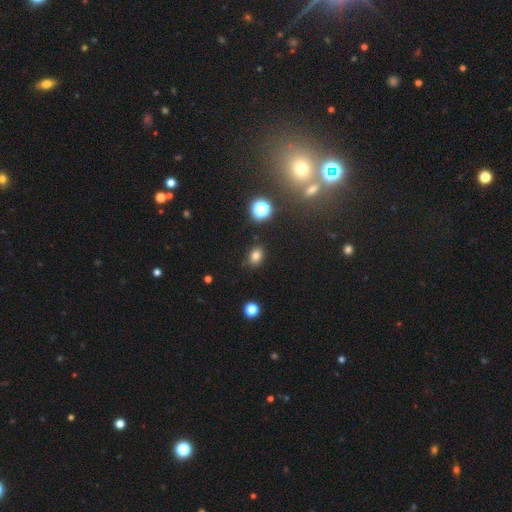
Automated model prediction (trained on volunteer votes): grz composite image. It shows a smooth galaxy with no disk features (78%) that is in between round and cigar-shaped (67%). Merging: none (85%).